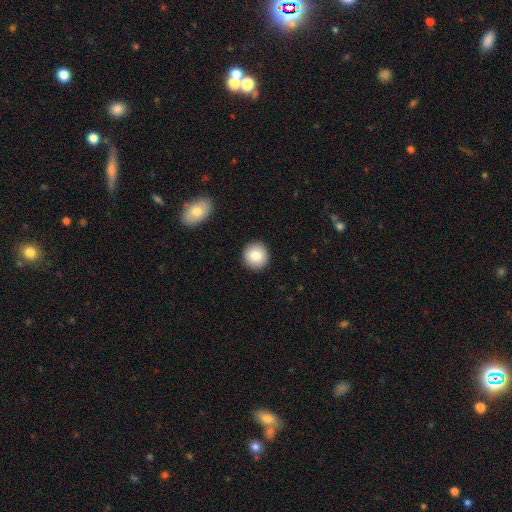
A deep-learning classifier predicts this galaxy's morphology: A smooth galaxy with no disk features (83%) that is round (94%). Merging: none (92%).